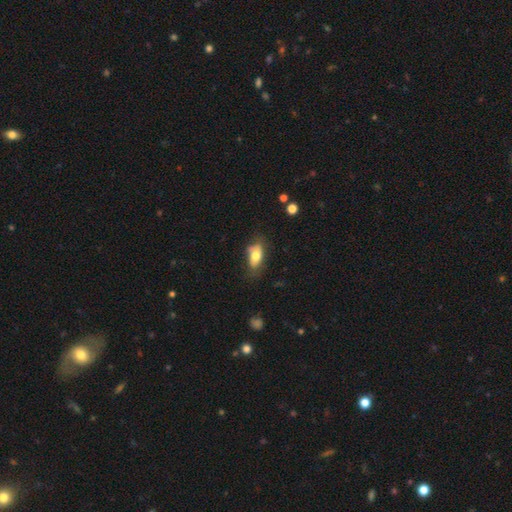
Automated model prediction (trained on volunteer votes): Smooth or featured?
  - smooth: 72% *
  - featured or disk: 21%
  - star or artifact: 7%
How rounded?
  - in between: 89% *
  - cigar-shaped: 5%
  - round: 5%
Merging?
  - none: 58% *
  - minor disturbance: 29%
  - major disturbance: 10%
  - merger: 3%